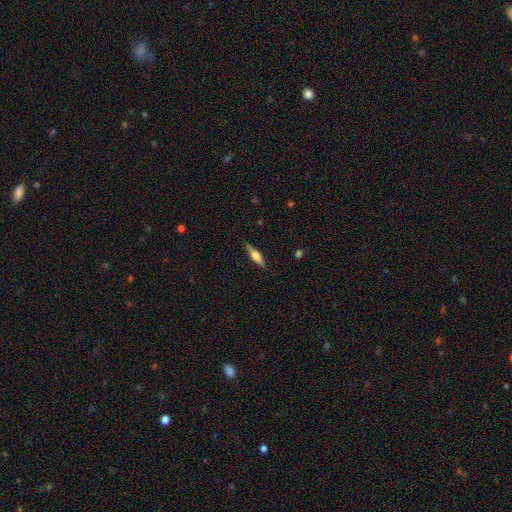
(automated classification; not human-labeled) This is possibly a featured or disk galaxy (54%). It is clearly viewed edge-on (96%). Edge-on bulge: likely rounded (79%). Merging: clearly none (87%).